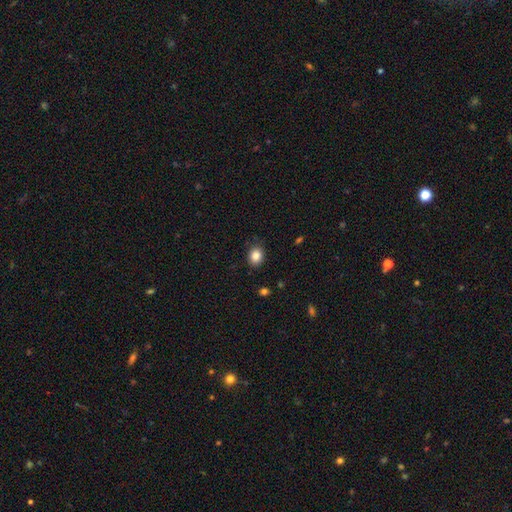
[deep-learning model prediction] Smooth or featured: smooth — 86% (star or artifact — 9%)
How rounded: in between — 50% (round — 49%)
Merging: none — 85% (minor disturbance — 12%)